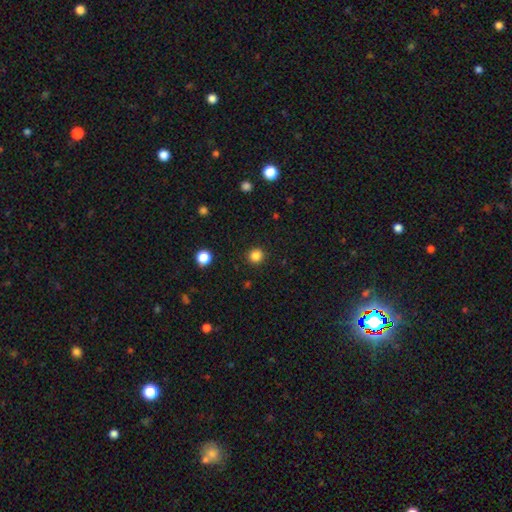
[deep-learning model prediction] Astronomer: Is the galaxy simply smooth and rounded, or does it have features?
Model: smooth — 84%.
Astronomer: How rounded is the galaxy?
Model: round — 93%.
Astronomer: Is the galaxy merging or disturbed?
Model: none — 91%.